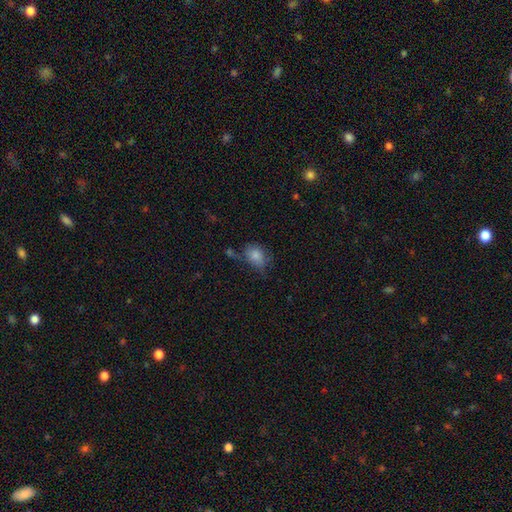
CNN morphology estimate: Smooth or featured?
  - smooth: 80% *
  - featured or disk: 11%
  - star or artifact: 9%
How rounded?
  - in between: 68% *
  - round: 30%
  - cigar-shaped: 1%
Merging?
  - none: 46% *
  - minor disturbance: 29%
  - major disturbance: 15%
  - merger: 10%